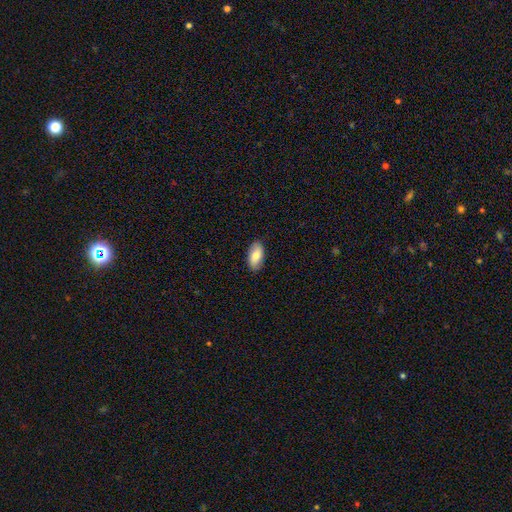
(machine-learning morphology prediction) Smooth or featured?
  - smooth: 78% *
  - featured or disk: 16%
  - star or artifact: 6%
How rounded?
  - in between: 93% *
  - cigar-shaped: 4%
  - round: 3%
Merging?
  - none: 88% *
  - minor disturbance: 9%
  - major disturbance: 2%
  - merger: 1%